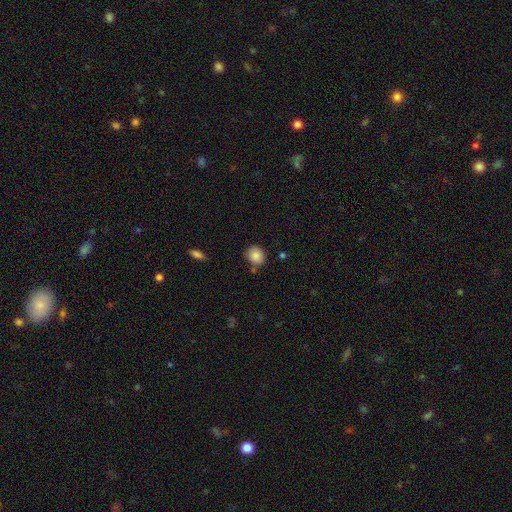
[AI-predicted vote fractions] smooth_or_featured: smooth (p=0.87) [alt: star or artifact p=0.08]
how_rounded: round (p=0.67) [alt: in between p=0.32]
merging: none (p=0.78) [alt: minor disturbance p=0.13]